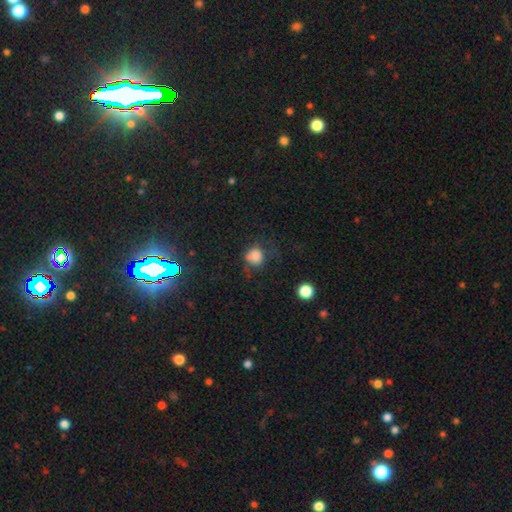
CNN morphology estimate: Overall: smooth (78%). How rounded: round (76%). Merging: none (47%; minor disturbance 26%).